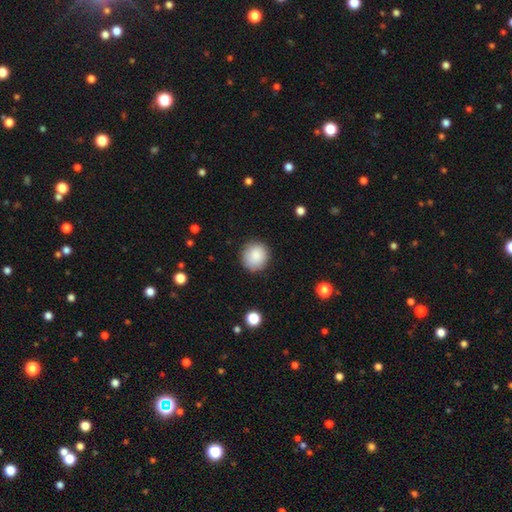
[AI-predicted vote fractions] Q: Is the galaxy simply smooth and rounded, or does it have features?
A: smooth — 88%.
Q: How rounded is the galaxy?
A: round — 88%.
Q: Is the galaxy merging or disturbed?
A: none — 87%.